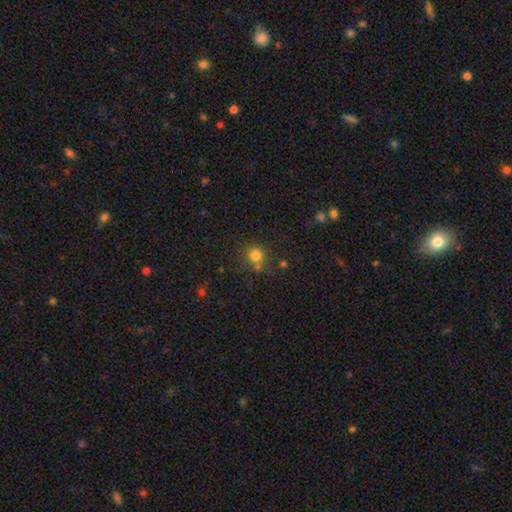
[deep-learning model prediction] This appears to be a smooth galaxy with no disk features (77%) that is round (89%). Merging: none (71%).